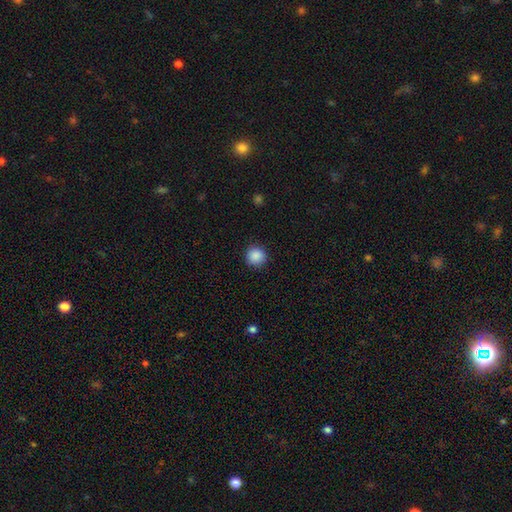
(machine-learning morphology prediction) Q: Smooth or featured?
A: smooth (88%); runner-up: star or artifact (9%)
Q: How rounded?
A: round (94%); runner-up: in between (5%)
Q: Merging?
A: none (90%); runner-up: minor disturbance (7%)